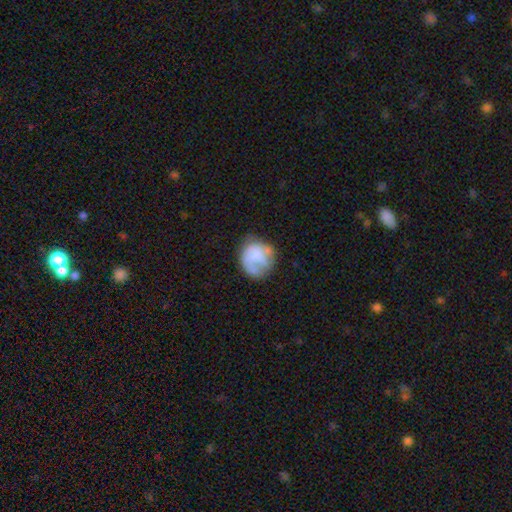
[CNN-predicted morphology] Q: Smooth or featured?
A: smooth (60%); runner-up: featured or disk (33%)
Q: How rounded?
A: round (77%); runner-up: in between (22%)
Q: Merging?
A: none (49%); runner-up: minor disturbance (26%)